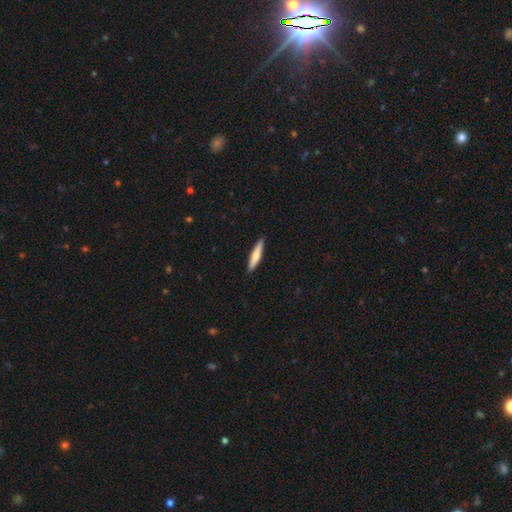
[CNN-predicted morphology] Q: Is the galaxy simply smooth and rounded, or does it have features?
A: smooth — 68%.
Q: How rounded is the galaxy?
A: cigar-shaped — 89%.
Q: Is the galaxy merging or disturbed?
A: none — 90%.